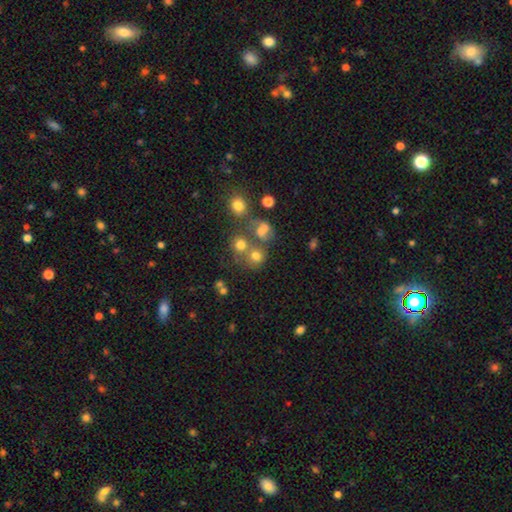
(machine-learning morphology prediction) smooth-or-featured: smooth: 70% | star or artifact: 16% | featured or disk: 13%
  how-rounded: round: 78% | in between: 20% | cigar-shaped: 1%
  merging: none: 51% | merger: 31% | minor disturbance: 11% | major disturbance: 7%